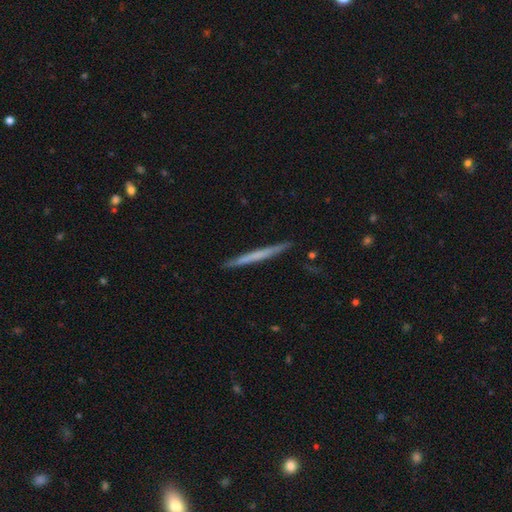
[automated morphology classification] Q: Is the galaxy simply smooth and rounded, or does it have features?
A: smooth — 50%.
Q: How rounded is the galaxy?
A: cigar-shaped — 97%.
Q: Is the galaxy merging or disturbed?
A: none — 90%.